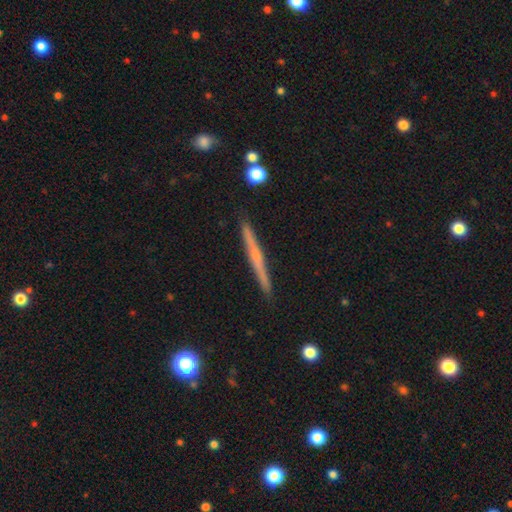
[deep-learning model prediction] Smooth or featured? Predicted: featured or disk (p=0.64). Edge-on disk? Predicted: yes (p=0.98). Edge-on bulge? Predicted: none (p=0.47, tied with rounded). Merging? Predicted: none (p=0.91).